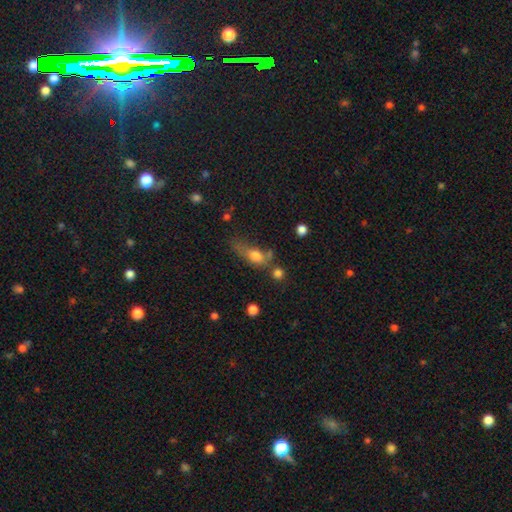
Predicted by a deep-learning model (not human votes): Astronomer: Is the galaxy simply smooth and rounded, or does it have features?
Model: smooth — 71%.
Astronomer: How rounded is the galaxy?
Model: in between — 67%.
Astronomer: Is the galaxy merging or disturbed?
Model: none — 30% (runner-up: minor disturbance, 26%).